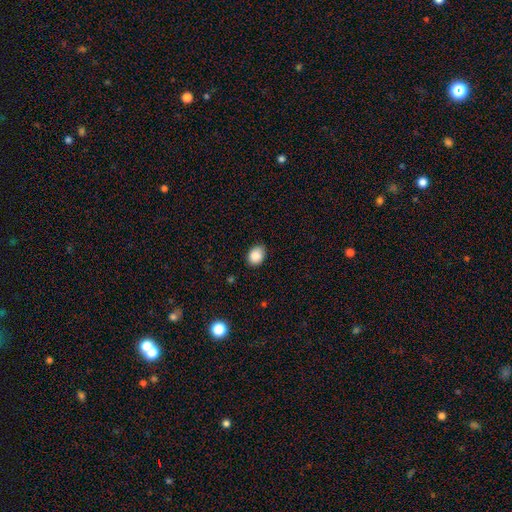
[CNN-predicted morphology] Smooth or featured?
  - smooth: 88% *
  - star or artifact: 8%
  - featured or disk: 3%
How rounded?
  - in between: 56% *
  - round: 43%
  - cigar-shaped: 1%
Merging?
  - none: 81% *
  - minor disturbance: 16%
  - major disturbance: 3%
  - merger: 1%